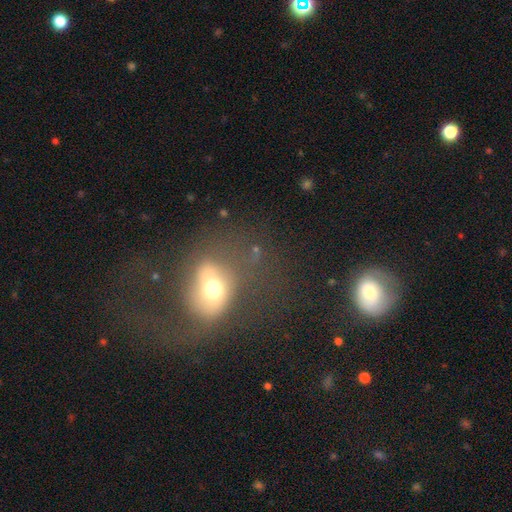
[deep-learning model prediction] A smooth galaxy with no disk features (45%). Merging: major disturbance (44%).